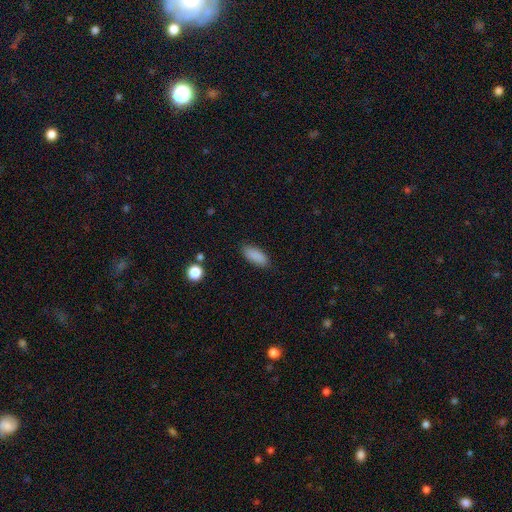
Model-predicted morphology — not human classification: Smooth or featured: smooth — 88% (star or artifact — 8%)
How rounded: in between — 80% (cigar-shaped — 18%)
Merging: none — 85% (minor disturbance — 11%)